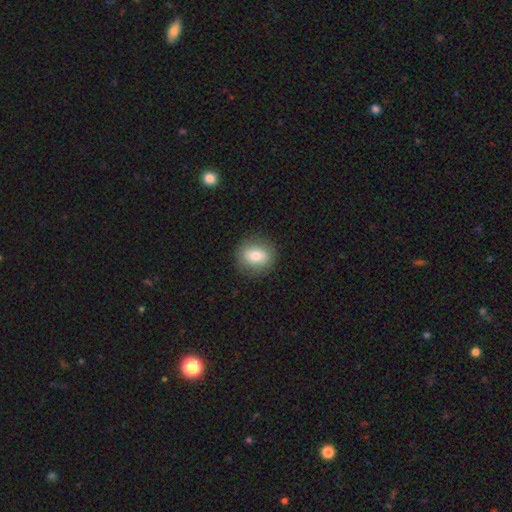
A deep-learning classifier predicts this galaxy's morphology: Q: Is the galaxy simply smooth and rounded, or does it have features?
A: smooth — 76%.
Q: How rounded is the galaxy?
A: round — 65%.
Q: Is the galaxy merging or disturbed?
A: none — 87%.